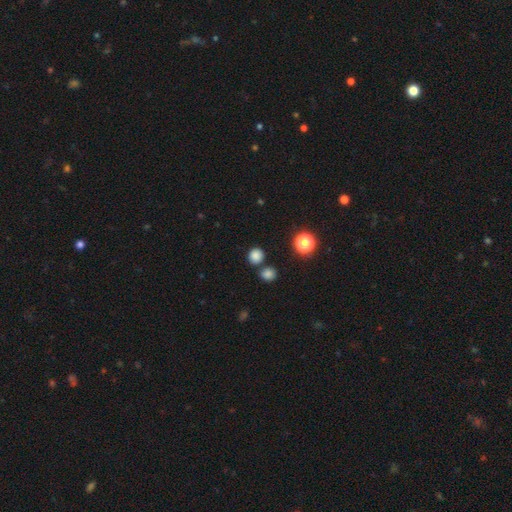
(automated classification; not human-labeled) The model was most divided on "merging": none: 76%, merger: 13%, minor disturbance: 8%, major disturbance: 3%. More confident: how rounded — round (86%); smooth or featured — smooth (82%).